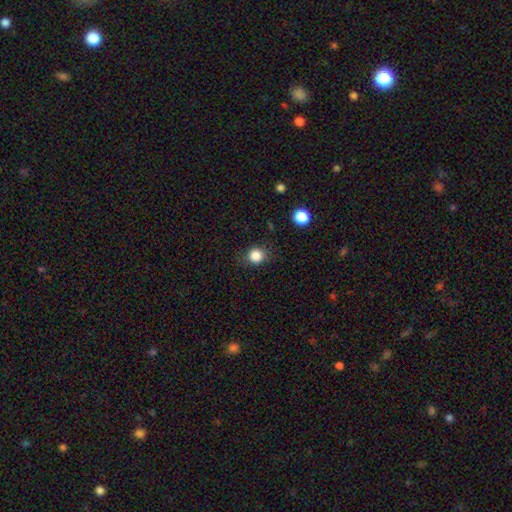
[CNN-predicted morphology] This appears to be a smooth galaxy with no disk features (84%) that is round (84%). Merging: none (82%).